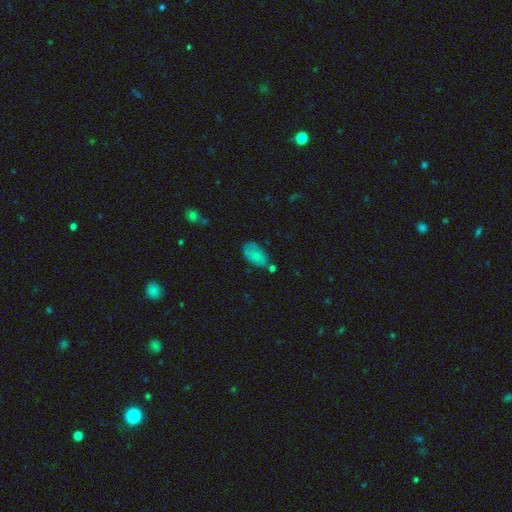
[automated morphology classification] type=smooth (77%); roundness=in between (92%); merging=none (52%).